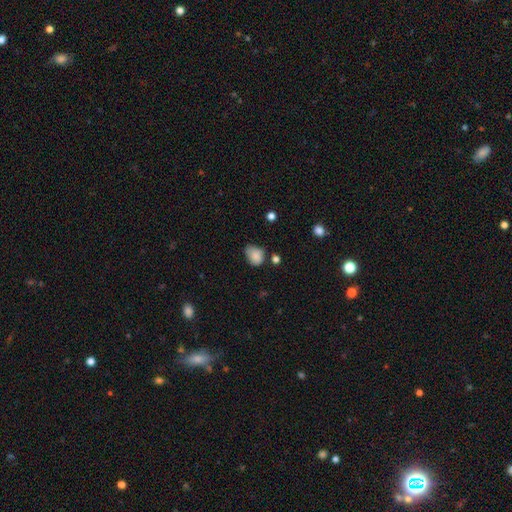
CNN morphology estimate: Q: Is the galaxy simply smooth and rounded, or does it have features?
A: smooth — 82%.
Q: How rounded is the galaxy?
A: in between — 61%.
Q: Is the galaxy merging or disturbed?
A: none — 47%.